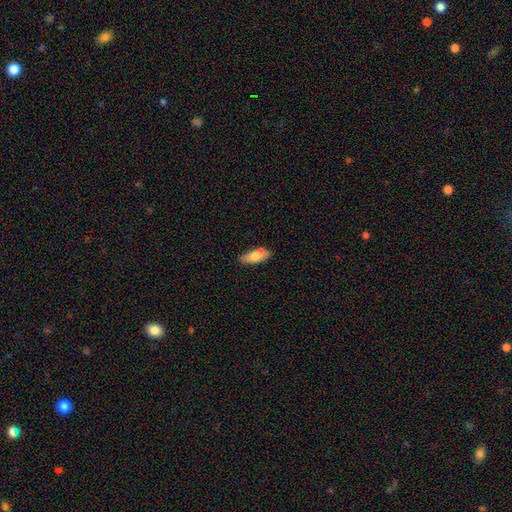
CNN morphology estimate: The model was most divided on "smooth or featured": smooth: 74%, featured or disk: 20%, star or artifact: 6%. More confident: how rounded — in between (82%); merging — none (72%).